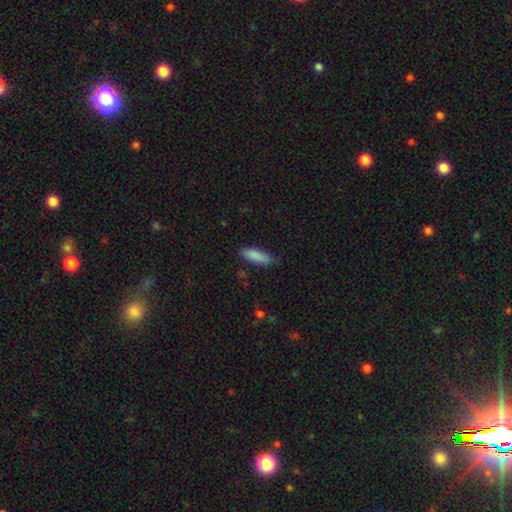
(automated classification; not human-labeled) A smooth galaxy with no disk features (87%) that is in between round and cigar-shaped (52%). Merging: none (79%).